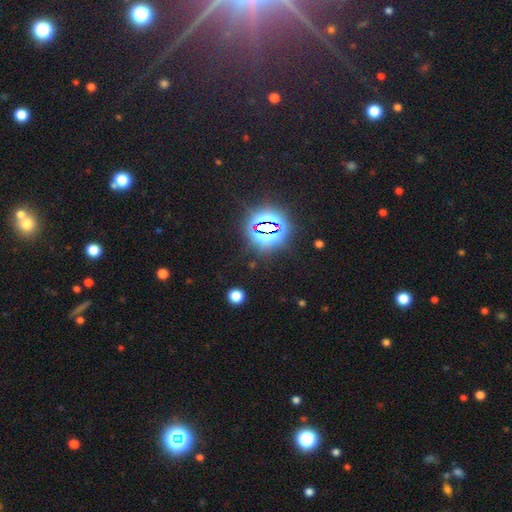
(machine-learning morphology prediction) smooth_or_featured: star or artifact (p=0.80) [alt: smooth p=0.13]